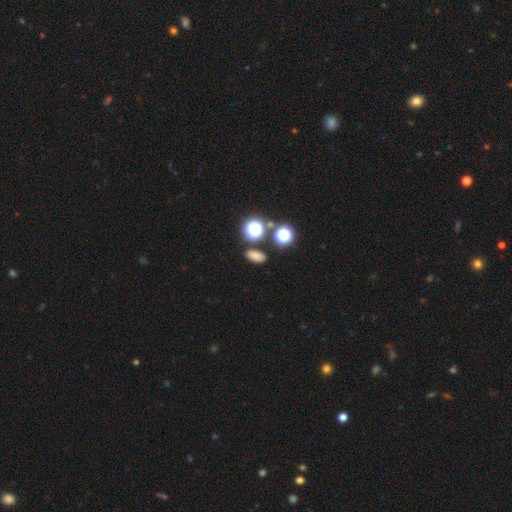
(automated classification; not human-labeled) Q: Smooth or featured?
A: smooth (74%); runner-up: star or artifact (20%)
Q: How rounded?
A: in between (80%); runner-up: round (17%)
Q: Merging?
A: none (82%); runner-up: minor disturbance (9%)